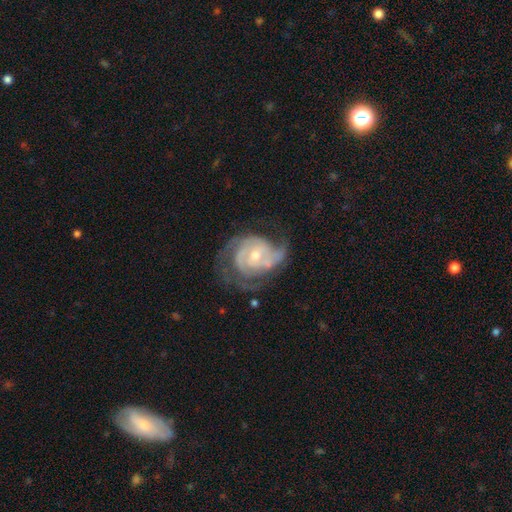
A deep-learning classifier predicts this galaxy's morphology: featured or disk 86%, smooth 9%, star or artifact 5%. Down the decision tree: edge-on disk — no (98%); bar — no (63%); spiral arms — yes (94%); spiral arm count — 2 (45%); spiral winding — tight (53%); bulge size — moderate (48%); merging — none (54%).